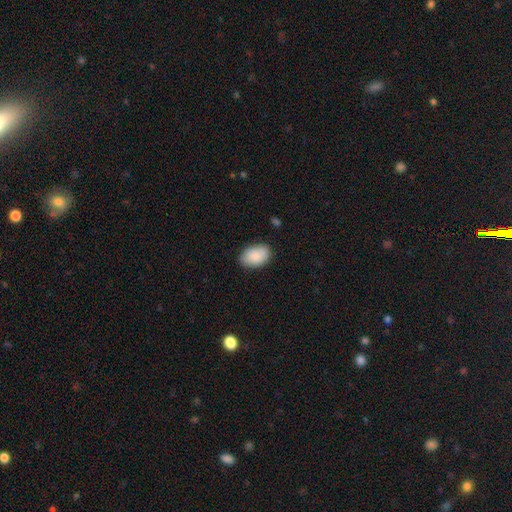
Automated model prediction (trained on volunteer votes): Q: Smooth or featured?
A: smooth (85%); runner-up: featured or disk (8%)
Q: How rounded?
A: in between (89%); runner-up: round (9%)
Q: Merging?
A: none (83%); runner-up: minor disturbance (14%)